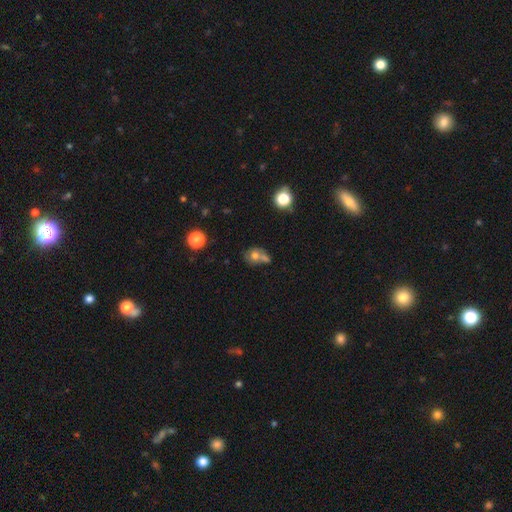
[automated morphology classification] Smooth or featured?
  - smooth: 66% *
  - featured or disk: 21%
  - star or artifact: 13%
How rounded?
  - round: 60% *
  - in between: 38%
  - cigar-shaped: 1%
Merging?
  - merger: 48% *
  - none: 32%
  - minor disturbance: 13%
  - major disturbance: 7%